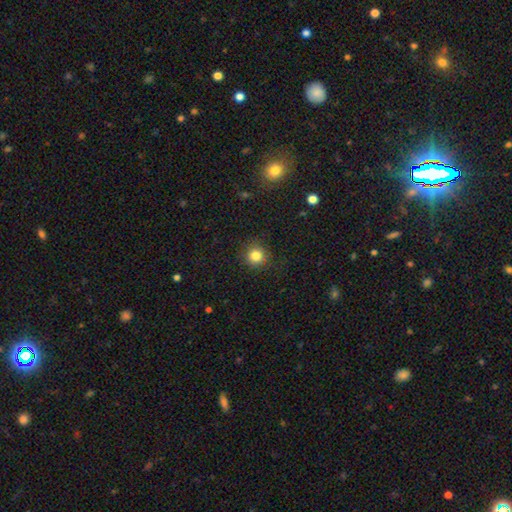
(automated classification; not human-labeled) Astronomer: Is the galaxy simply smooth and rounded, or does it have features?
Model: smooth — 83%.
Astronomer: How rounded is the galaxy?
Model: round — 93%.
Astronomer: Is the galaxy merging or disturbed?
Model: none — 89%.